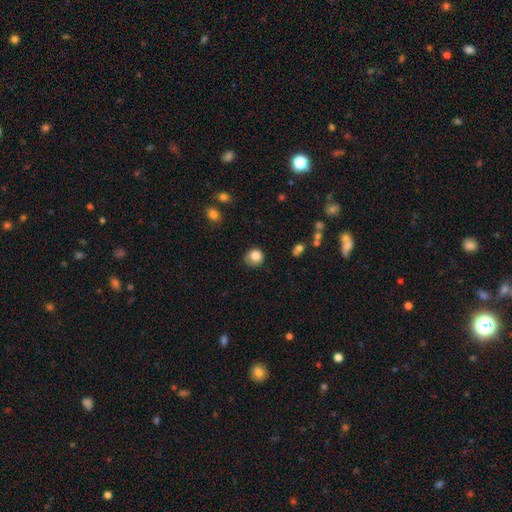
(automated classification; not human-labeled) The model was most divided on "merging": none: 72%, minor disturbance: 21%, major disturbance: 5%, merger: 2%. More confident: how rounded — round (85%); smooth or featured — smooth (83%).